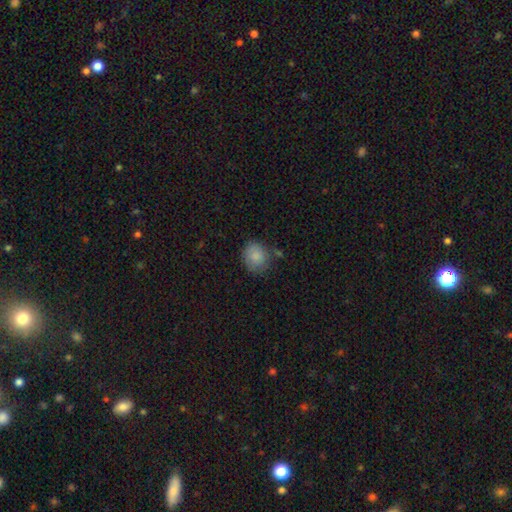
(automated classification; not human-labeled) Q: Smooth or featured?
A: smooth (85%); runner-up: star or artifact (8%)
Q: How rounded?
A: round (72%); runner-up: in between (27%)
Q: Merging?
A: none (68%); runner-up: minor disturbance (21%)